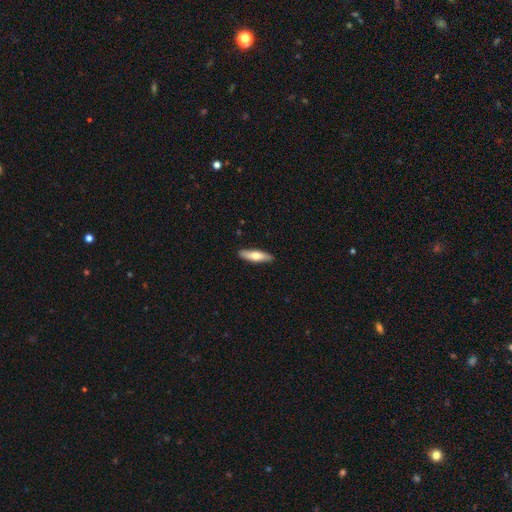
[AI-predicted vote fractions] Overall: smooth (66%; featured or disk 28%). How rounded: cigar-shaped (66%; in between 32%). Merging: none (89%).